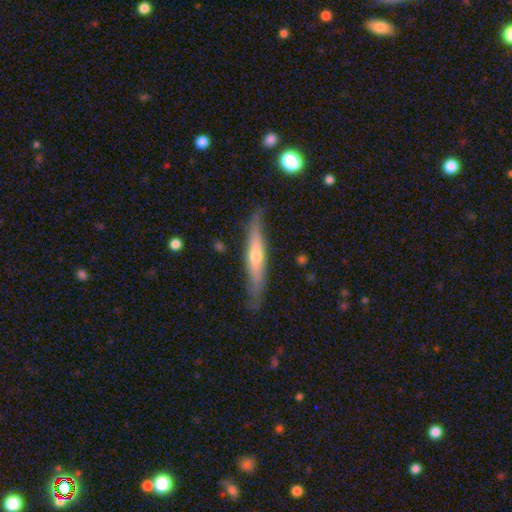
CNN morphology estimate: type=featured or disk (60%); edge-on=yes (90%); edge-on bulge=rounded (79%); merging=none (81%).